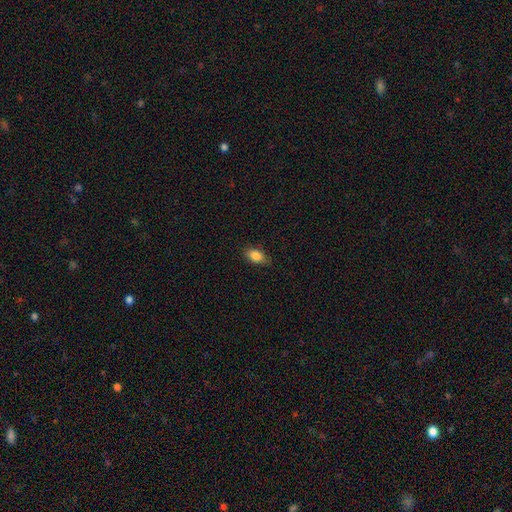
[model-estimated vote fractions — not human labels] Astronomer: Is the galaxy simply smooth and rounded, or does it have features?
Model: smooth — 85%.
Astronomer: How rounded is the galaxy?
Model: in between — 85%.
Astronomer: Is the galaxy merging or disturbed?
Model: none — 78%.